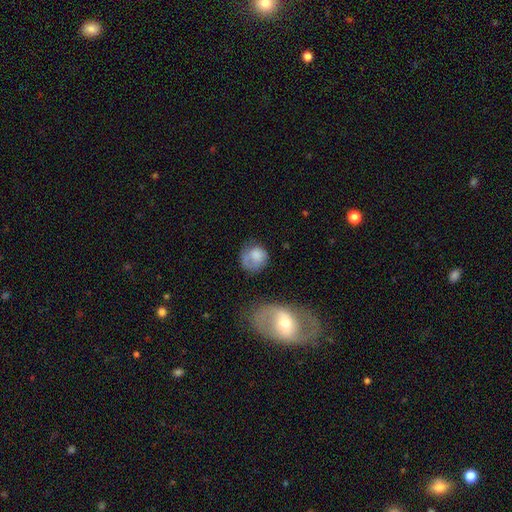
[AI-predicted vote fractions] Overall: smooth (69%). How rounded: round (73%). Merging: none (44%; minor disturbance 27%).